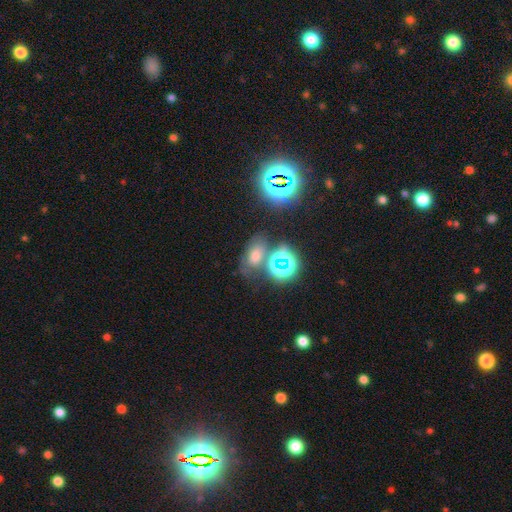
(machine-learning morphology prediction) A smooth galaxy with no disk features (45%). Merging: none (61%).